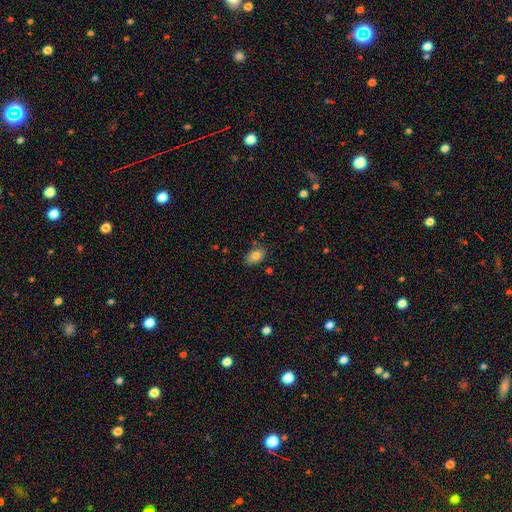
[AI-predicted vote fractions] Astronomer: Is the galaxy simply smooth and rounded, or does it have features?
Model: smooth — 82%.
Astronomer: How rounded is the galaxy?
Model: in between — 88%.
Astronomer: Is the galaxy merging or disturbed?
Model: none — 81%.